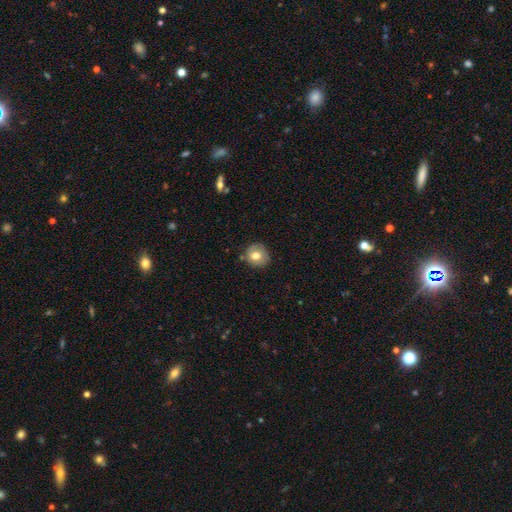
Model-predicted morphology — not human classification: Smooth or featured?
  - smooth: 71% *
  - featured or disk: 20%
  - star or artifact: 9%
How rounded?
  - round: 83% *
  - in between: 16%
  - cigar-shaped: 1%
Merging?
  - none: 77% *
  - minor disturbance: 17%
  - major disturbance: 4%
  - merger: 2%